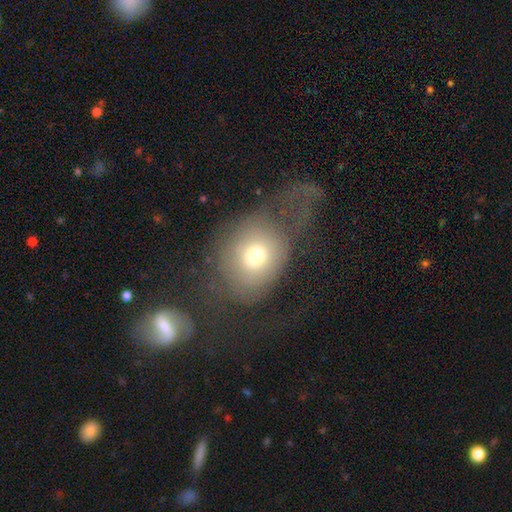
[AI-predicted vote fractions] Smooth or featured: smooth — 63% (featured or disk — 28%)
How rounded: round — 59% (in between — 40%)
Merging: major disturbance — 49% (none — 24%)